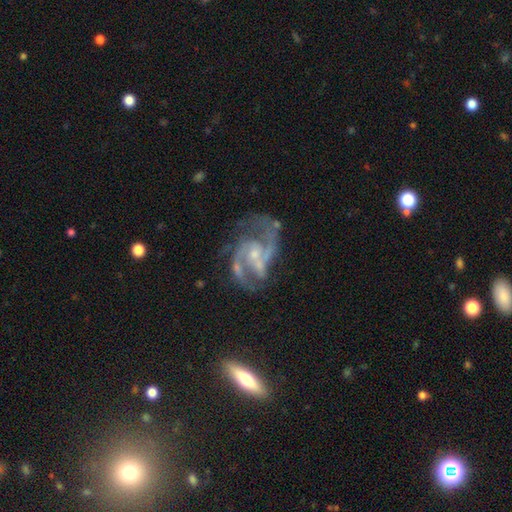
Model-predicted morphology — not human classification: This is clearly a featured or disk galaxy (91%). It is clearly not viewed edge-on (98%). Bar: possibly no (48%). Spiral arm pattern: clearly yes (98%). Spiral arm count: likely 2 (74%). Spiral winding: likely medium (62%). Central bulge: likely small (63%). Merging: possibly none (56%).